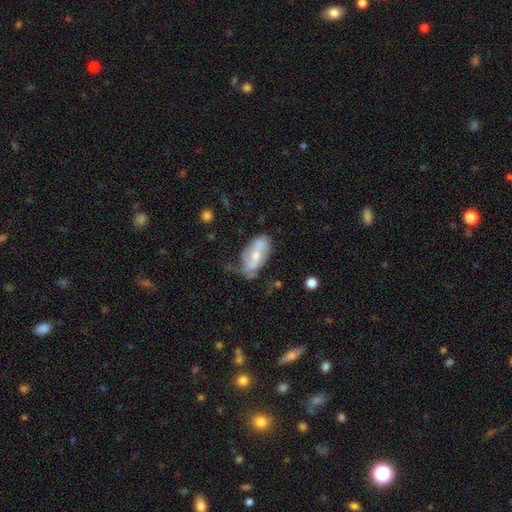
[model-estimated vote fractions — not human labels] featured or disk 52%, smooth 41%, star or artifact 7%. Down the decision tree: edge-on disk — no (89%); merging — none (46%).